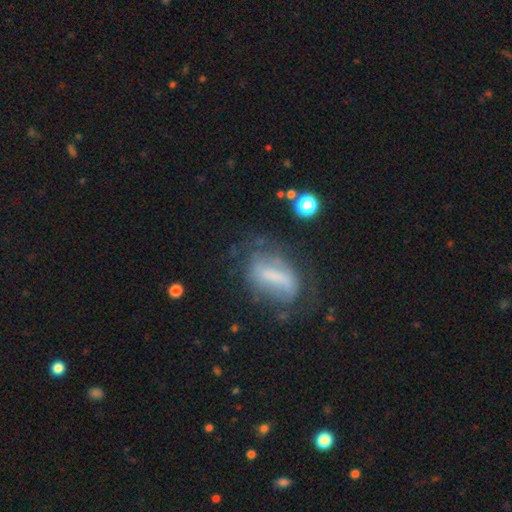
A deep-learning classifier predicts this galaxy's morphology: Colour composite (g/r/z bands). It shows a featured or disk galaxy (52%). Merging: none (62%).